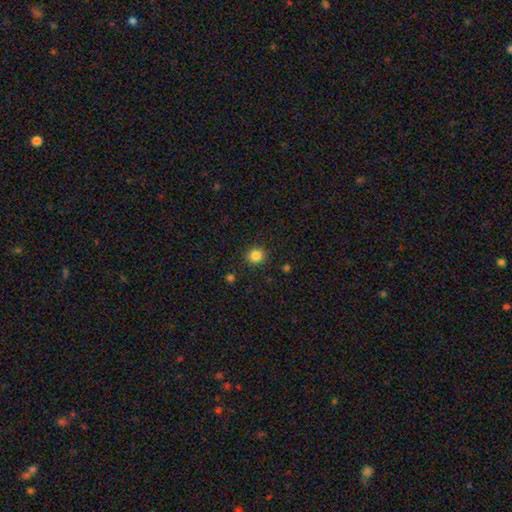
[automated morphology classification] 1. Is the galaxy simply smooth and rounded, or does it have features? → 84% smooth, 11% star or artifact, 4% featured or disk.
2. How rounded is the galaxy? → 88% round, 11% in between, 1% cigar-shaped.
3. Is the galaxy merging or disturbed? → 91% none, 6% minor disturbance, 2% major disturbance, 1% merger.